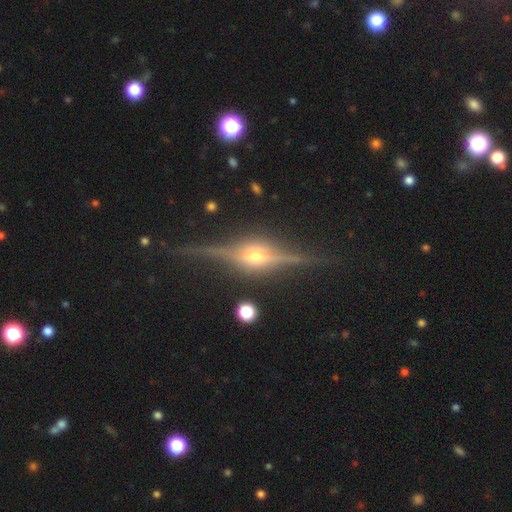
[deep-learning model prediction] This appears to be a featured or disk galaxy (89%) viewed edge-on (98%) with a rounded central bulge (92%). Merging: none (87%).